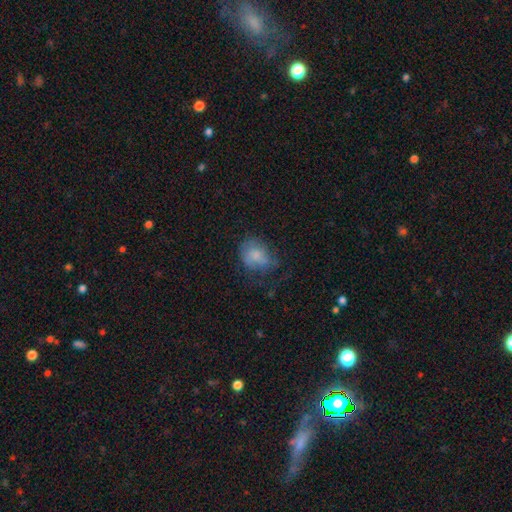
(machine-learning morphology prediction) A smooth galaxy with no disk features (71%) that is in between round and cigar-shaped (55%).

Vote fractions:
- Smooth or featured? smooth: 71% / featured or disk: 19% / star or artifact: 10%
- How rounded? in between: 55% / round: 44% / cigar-shaped: 1%
- Merging? none: 43% / minor disturbance: 29% / major disturbance: 26% / merger: 2%